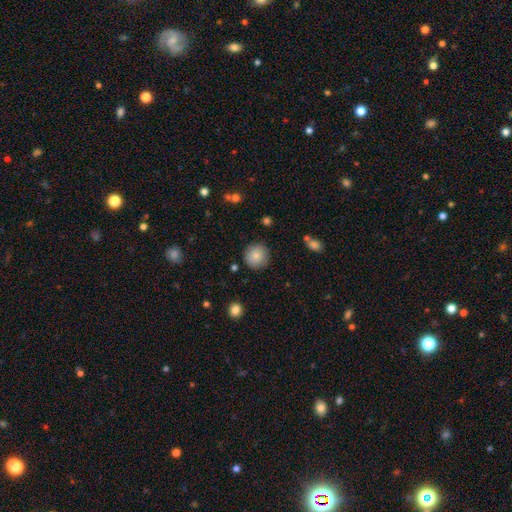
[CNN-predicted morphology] type=smooth (83%); roundness=round (94%); merging=none (89%).